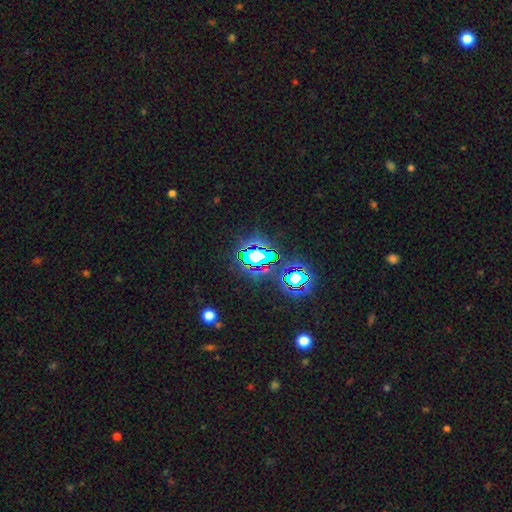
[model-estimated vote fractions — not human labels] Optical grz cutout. It shows a star or artifact, not a galaxy (69%).